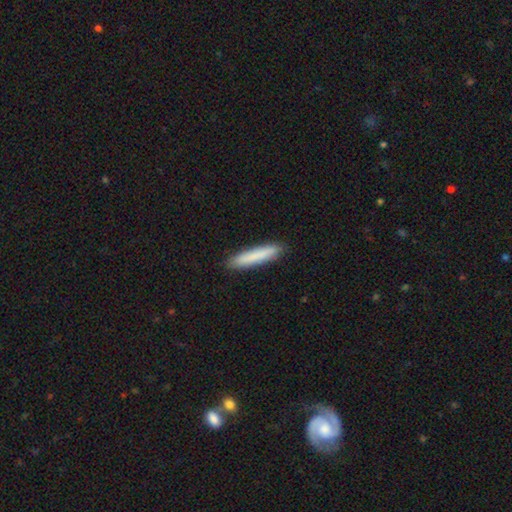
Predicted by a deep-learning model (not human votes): Morphology: type=smooth (82%); roundness=cigar-shaped (92%); merging=none (91%).